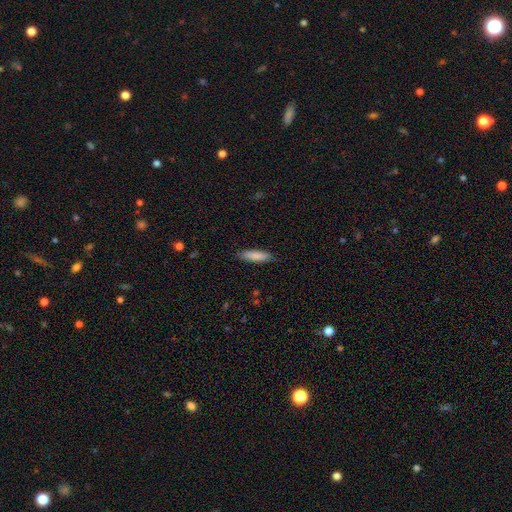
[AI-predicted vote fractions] Smooth or featured?
  - smooth: 86% *
  - featured or disk: 8%
  - star or artifact: 6%
How rounded?
  - cigar-shaped: 69% *
  - in between: 30%
  - round: 1%
Merging?
  - none: 87% *
  - minor disturbance: 10%
  - major disturbance: 2%
  - merger: 1%